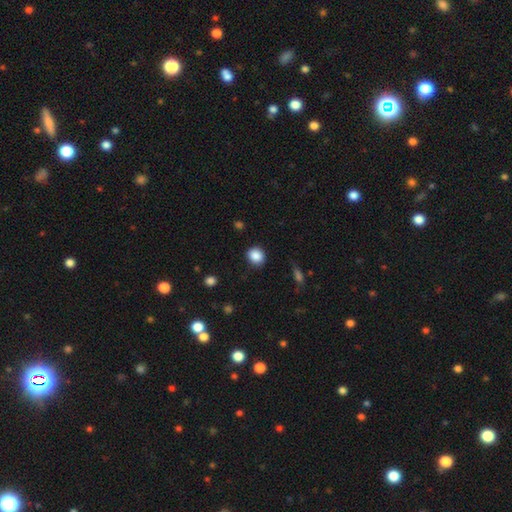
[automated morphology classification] This is clearly a smooth galaxy (88%). How rounded: likely round (74%). Merging: clearly none (86%).